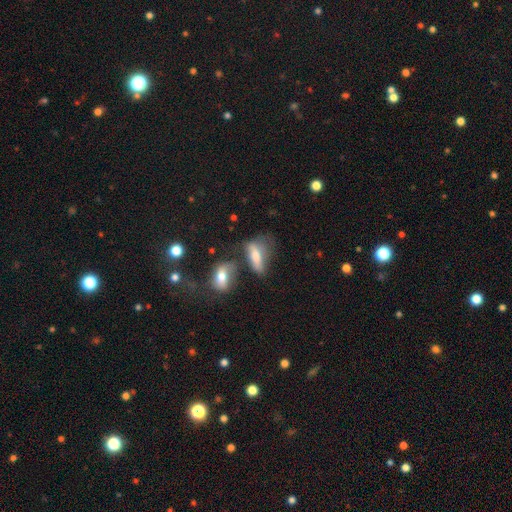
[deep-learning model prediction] Smooth or featured? smooth (62%)
How rounded? in between (71%)
Merging? none (29%)